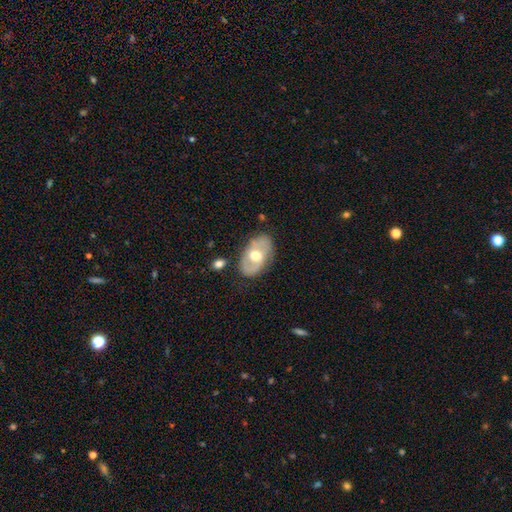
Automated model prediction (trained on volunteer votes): Overall: featured or disk (58%; smooth 37%). Edge-on disk: no (91%). Bar: no (54%; weak 34%). Spiral arms: no (52%; yes 48%). Bulge size: moderate (72%). Merging: none (77%).